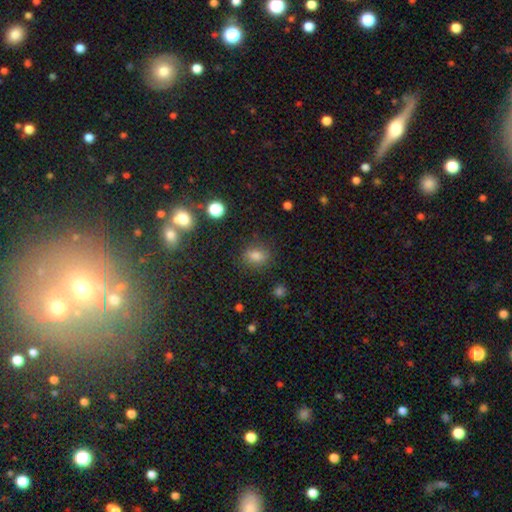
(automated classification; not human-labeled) This appears to be a smooth galaxy with no disk features (77%) that is in between round and cigar-shaped (64%). Merging: none (82%).